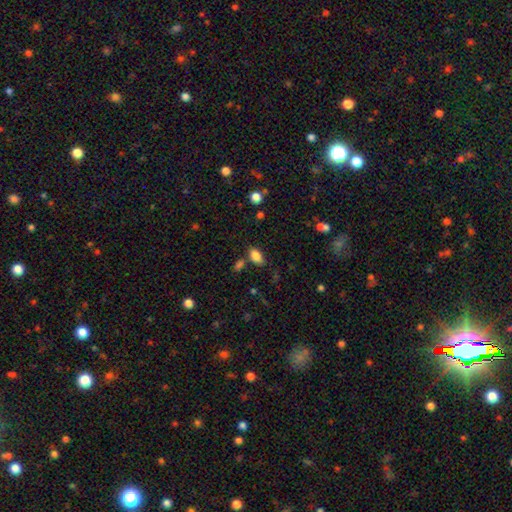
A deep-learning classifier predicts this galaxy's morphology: The model was most divided on "merging": none: 73%, minor disturbance: 14%, merger: 8%, major disturbance: 4%. More confident: how rounded — in between (92%); smooth or featured — smooth (84%).